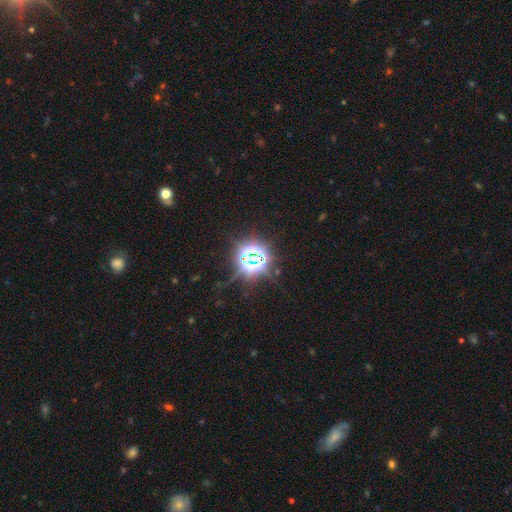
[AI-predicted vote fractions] A star or artifact, not a galaxy (81%).

Vote fractions:
- Smooth or featured? star or artifact: 81% / smooth: 12% / featured or disk: 8%